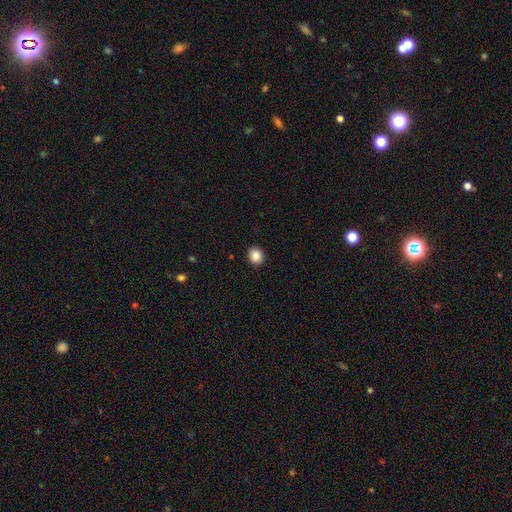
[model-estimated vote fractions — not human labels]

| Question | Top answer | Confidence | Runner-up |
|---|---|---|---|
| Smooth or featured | smooth | 87% | star or artifact (9%) |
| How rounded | round | 77% | in between (22%) |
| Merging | none | 92% | minor disturbance (5%) |